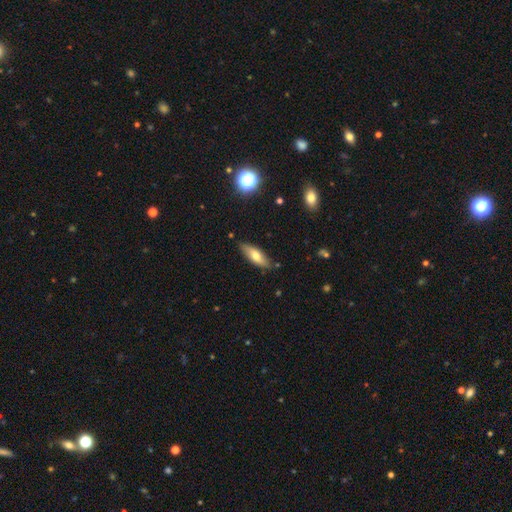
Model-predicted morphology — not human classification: This appears to be a smooth galaxy with no disk features (66%) that is in between round and cigar-shaped (61%). Merging: none (83%).